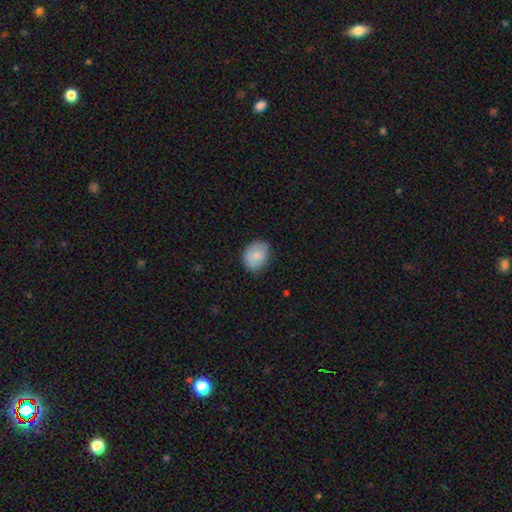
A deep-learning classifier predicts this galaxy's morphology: Smooth or featured? smooth (81%)
How rounded? round (50%)
Merging? none (78%)